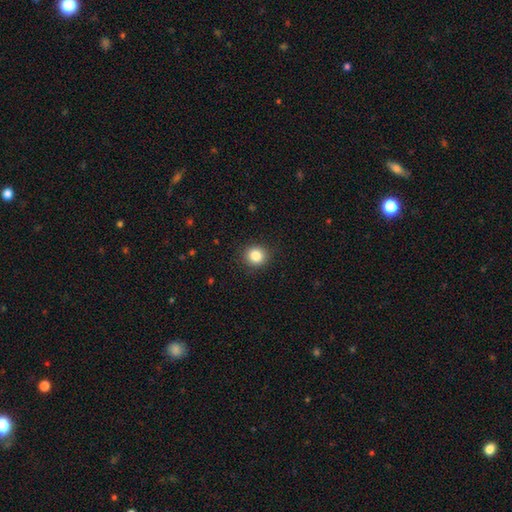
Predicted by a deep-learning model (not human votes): This is clearly a smooth galaxy (84%). How rounded: clearly round (89%). Merging: clearly none (90%).